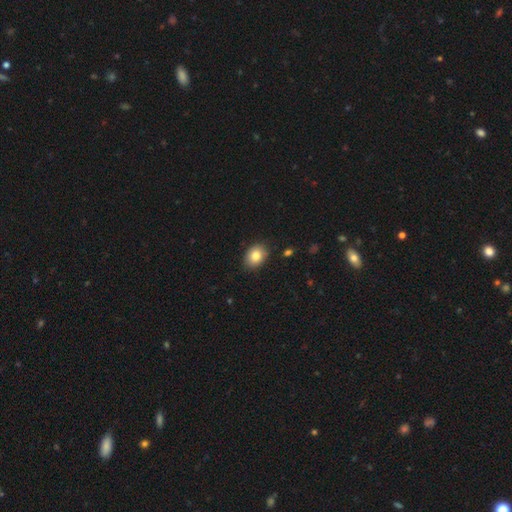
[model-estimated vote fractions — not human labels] smooth-or-featured: smooth: 83% | featured or disk: 8% | star or artifact: 8%
  how-rounded: in between: 68% | round: 31% | cigar-shaped: 1%
  merging: none: 86% | minor disturbance: 11% | major disturbance: 2% | merger: 1%